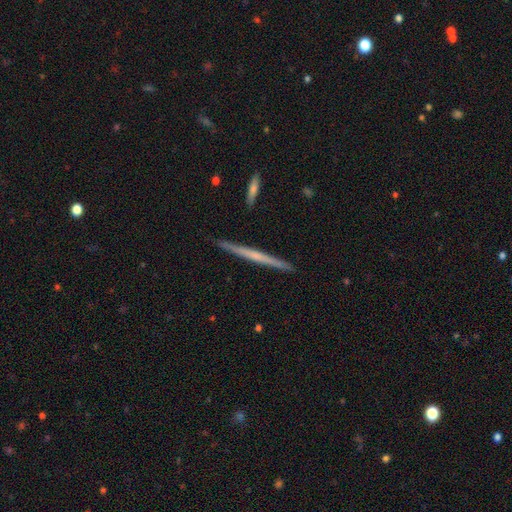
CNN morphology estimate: Smooth or featured: featured or disk — 57% (smooth — 37%)
Edge-on disk: yes — 97% (no — 3%)
Edge-on bulge: none — 77% (rounded — 17%)
Merging: none — 91% (minor disturbance — 6%)